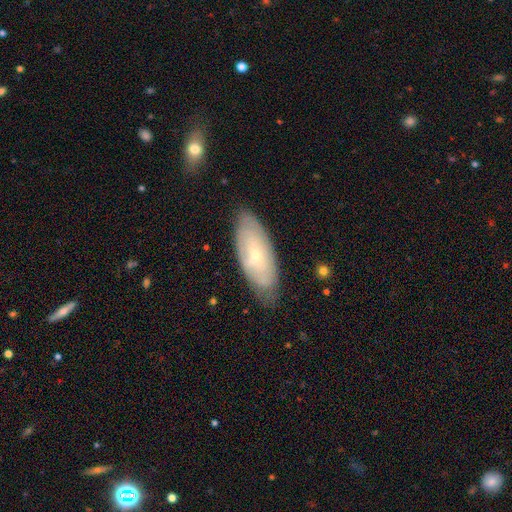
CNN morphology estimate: This is possibly a featured or disk galaxy (53%). It is clearly not viewed edge-on (85%). Merging: likely none (75%).